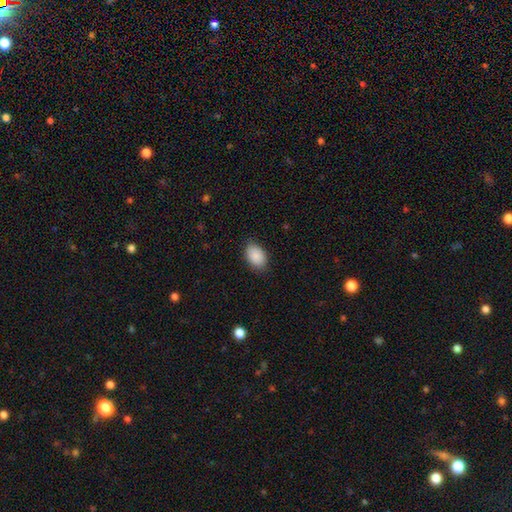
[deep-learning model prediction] smooth_or_featured: smooth (p=0.89) [alt: star or artifact p=0.07]
how_rounded: in between (p=0.88) [alt: round p=0.10]
merging: none (p=0.83) [alt: minor disturbance p=0.13]